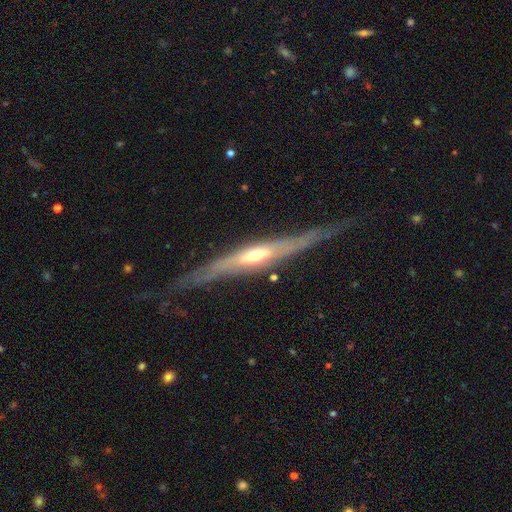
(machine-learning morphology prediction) smooth-or-featured: featured or disk: 77% | smooth: 18% | star or artifact: 5%
  disk-edge-on: yes: 90% | no: 10%
    edge-on-bulge: rounded: 72% | none: 16% | boxy: 12%
  merging: none: 75% | minor disturbance: 17% | major disturbance: 6% | merger: 2%